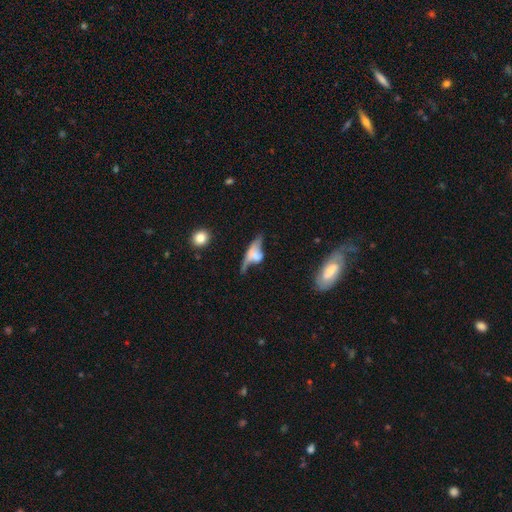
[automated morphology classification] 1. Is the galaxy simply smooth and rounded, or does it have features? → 57% featured or disk, 33% smooth, 10% star or artifact.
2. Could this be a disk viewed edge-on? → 58% yes, 42% no.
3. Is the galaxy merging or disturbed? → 31% major disturbance, 29% none, 23% minor disturbance, 18% merger.